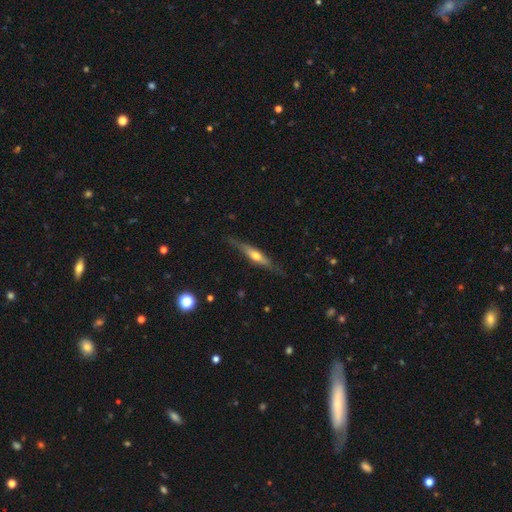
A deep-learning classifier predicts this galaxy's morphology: Smooth or featured: featured or disk — 61% (smooth — 33%)
Edge-on disk: yes — 92% (no — 8%)
Edge-on bulge: rounded — 85% (none — 8%)
Merging: none — 77% (minor disturbance — 17%)